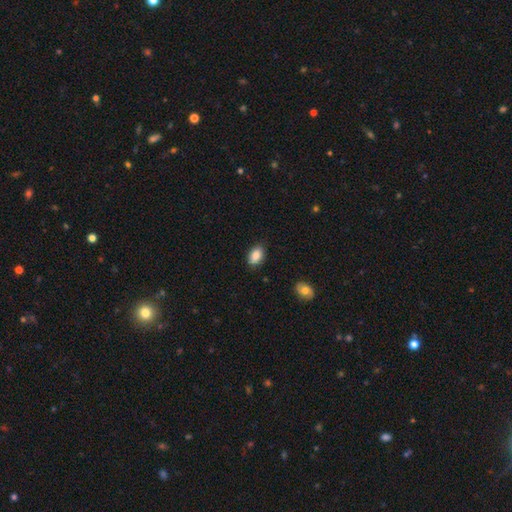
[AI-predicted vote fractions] Smooth or featured?
  - smooth: 88% *
  - star or artifact: 7%
  - featured or disk: 5%
How rounded?
  - in between: 92% *
  - round: 6%
  - cigar-shaped: 2%
Merging?
  - none: 83% *
  - minor disturbance: 13%
  - major disturbance: 2%
  - merger: 1%